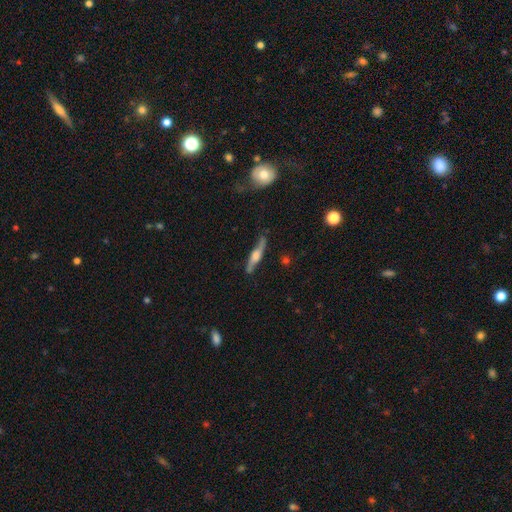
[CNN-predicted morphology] featured or disk 66%, smooth 29%, star or artifact 6%. Down the decision tree: edge-on disk — yes (89%); edge-on bulge — rounded (84%); merging — none (79%).